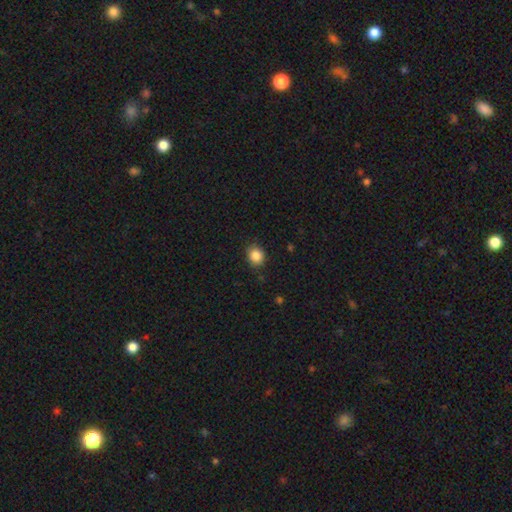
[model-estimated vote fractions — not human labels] smooth-or-featured: smooth: 86% | star or artifact: 10% | featured or disk: 4%
  how-rounded: round: 72% | in between: 27% | cigar-shaped: 1%
  merging: none: 85% | minor disturbance: 11% | major disturbance: 2% | merger: 1%